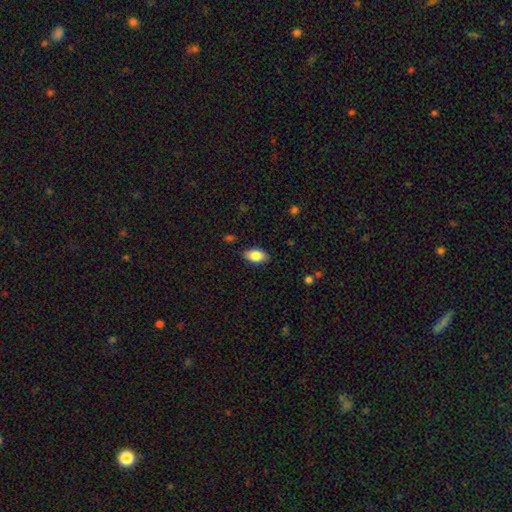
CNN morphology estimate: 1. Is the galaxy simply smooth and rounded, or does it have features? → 82% smooth, 11% featured or disk, 7% star or artifact.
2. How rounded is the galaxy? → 92% in between, 5% round, 3% cigar-shaped.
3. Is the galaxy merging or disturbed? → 85% none, 11% minor disturbance, 2% major disturbance, 1% merger.